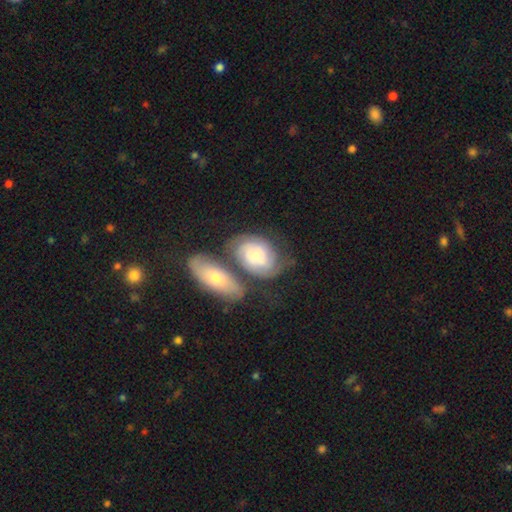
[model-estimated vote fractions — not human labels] Smooth or featured? Predicted: featured or disk (p=0.60). Edge-on disk? Predicted: no (p=0.95). Bar? Predicted: no (p=0.73). Spiral arms? Predicted: yes (p=0.89). Spiral winding? Predicted: tight (p=0.60). Spiral arm count? Predicted: 2 (p=0.43). Bulge size? Predicted: small (p=0.52). Merging? Predicted: none (p=0.43).